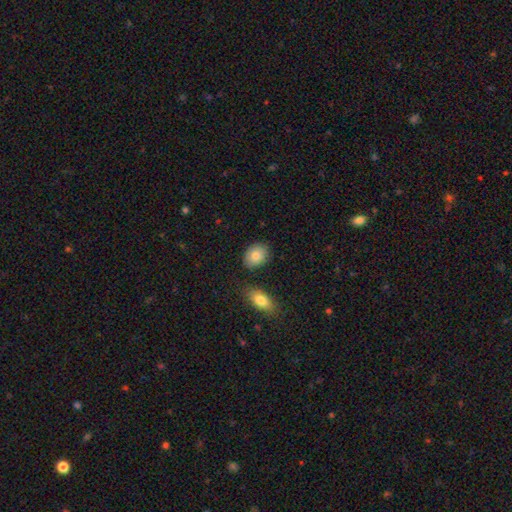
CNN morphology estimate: A smooth galaxy with no disk features (83%) that is in between round and cigar-shaped (60%). Merging: none (82%).